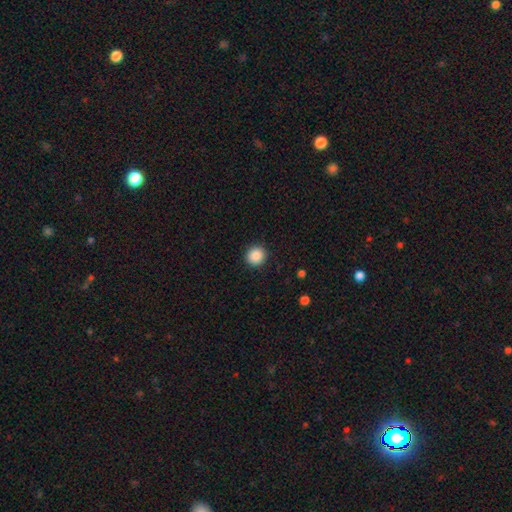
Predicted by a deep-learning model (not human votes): Smooth or featured?
  - smooth: 88% *
  - star or artifact: 9%
  - featured or disk: 3%
How rounded?
  - round: 92% *
  - in between: 7%
  - cigar-shaped: 1%
Merging?
  - none: 92% *
  - minor disturbance: 5%
  - major disturbance: 2%
  - merger: 1%